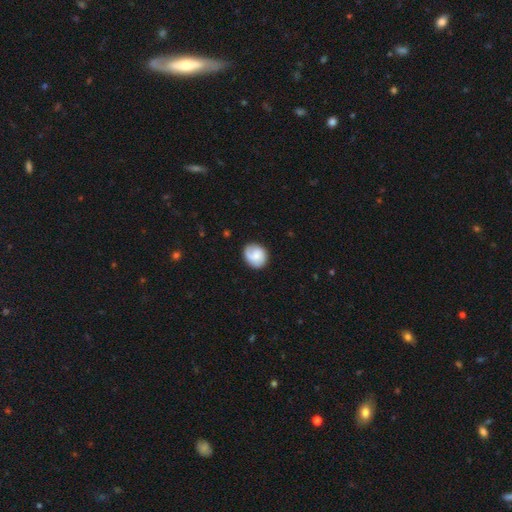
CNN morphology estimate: Smooth or featured? smooth (63%)
How rounded? round (74%)
Merging? none (78%)